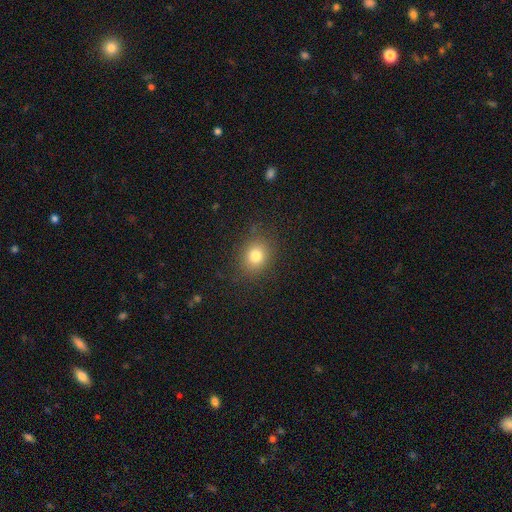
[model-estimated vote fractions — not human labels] This appears to be a smooth galaxy with no disk features (78%) that is round (66%). Merging: none (85%).